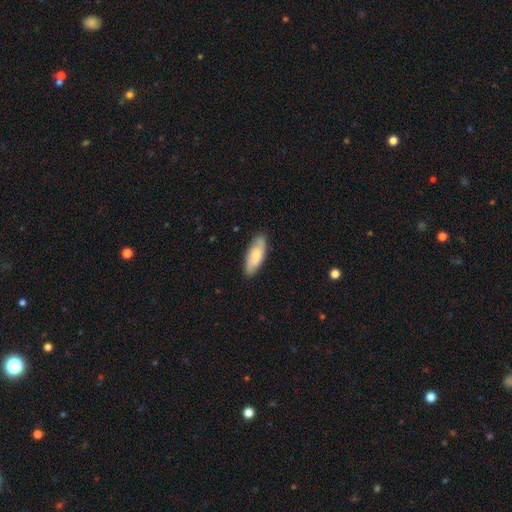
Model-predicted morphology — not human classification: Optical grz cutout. It shows a smooth galaxy with no disk features (65%) that is in between round and cigar-shaped (74%). Merging: none (82%).